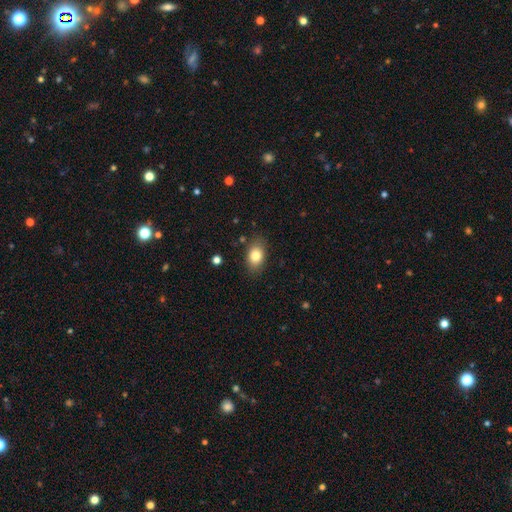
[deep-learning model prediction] Smooth or featured? Predicted: smooth (p=0.81). How rounded? Predicted: in between (p=0.82). Merging? Predicted: none (p=0.84).